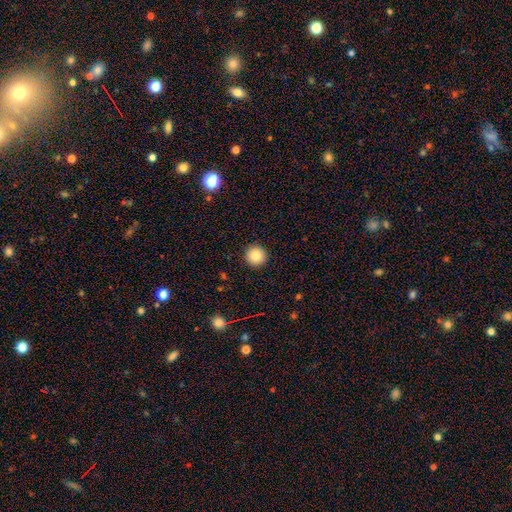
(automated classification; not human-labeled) This is clearly a smooth galaxy (86%). How rounded: clearly round (95%). Merging: clearly none (92%).